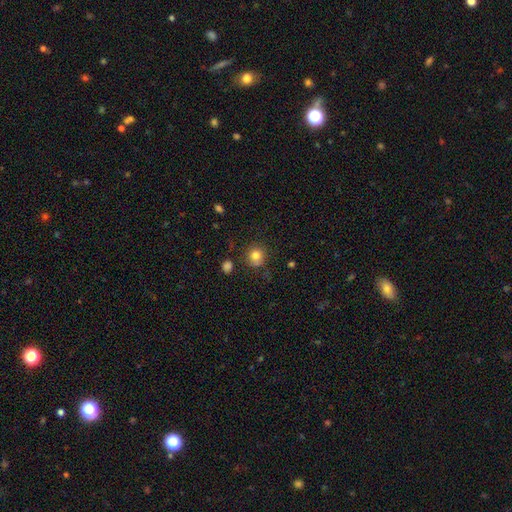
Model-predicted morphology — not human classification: Smooth or featured? smooth (81%)
How rounded? round (87%)
Merging? none (79%)